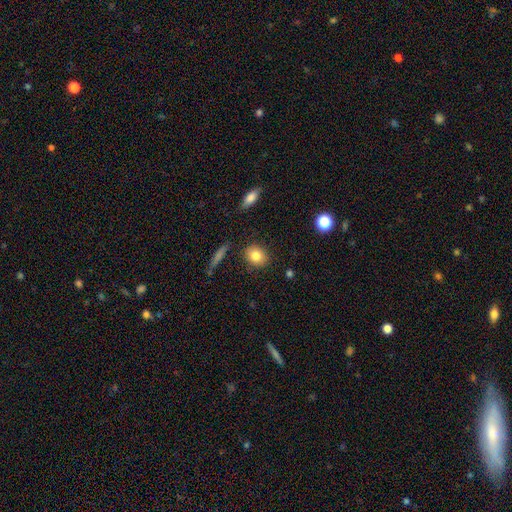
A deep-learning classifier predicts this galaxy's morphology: A smooth galaxy with no disk features (82%) that is round (62%).

Vote fractions:
- Smooth or featured? smooth: 82% / featured or disk: 9% / star or artifact: 9%
- How rounded? round: 62% / in between: 36% / cigar-shaped: 2%
- Merging? none: 87% / minor disturbance: 9% / major disturbance: 2% / merger: 2%